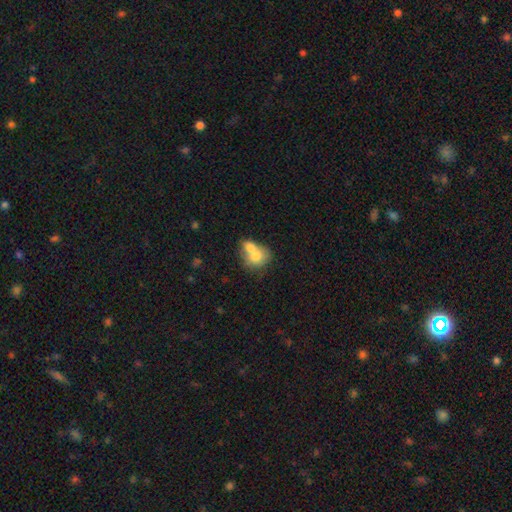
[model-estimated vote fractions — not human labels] Q: Smooth or featured?
A: smooth (70%); runner-up: featured or disk (22%)
Q: How rounded?
A: round (56%); runner-up: in between (43%)
Q: Merging?
A: merger (68%); runner-up: none (21%)